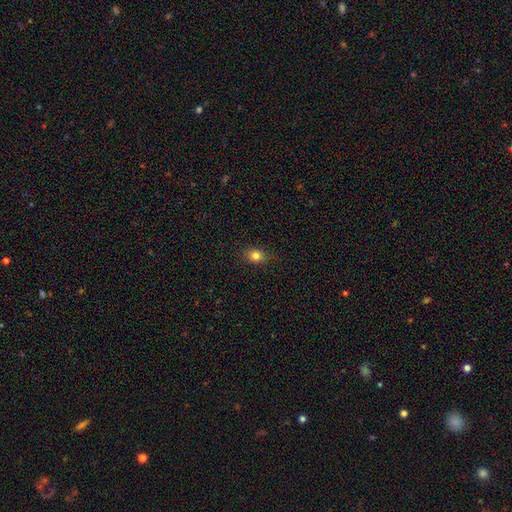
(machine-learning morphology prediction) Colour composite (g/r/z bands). It shows a smooth galaxy with no disk features (81%) that is round (55%). Merging: none (85%).